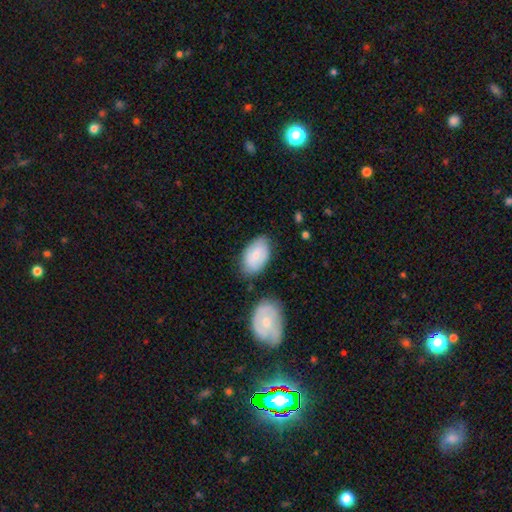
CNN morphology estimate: Smooth or featured?
  - smooth: 68% *
  - featured or disk: 26%
  - star or artifact: 6%
How rounded?
  - in between: 92% *
  - round: 6%
  - cigar-shaped: 1%
Merging?
  - none: 69% *
  - minor disturbance: 21%
  - merger: 6%
  - major disturbance: 5%